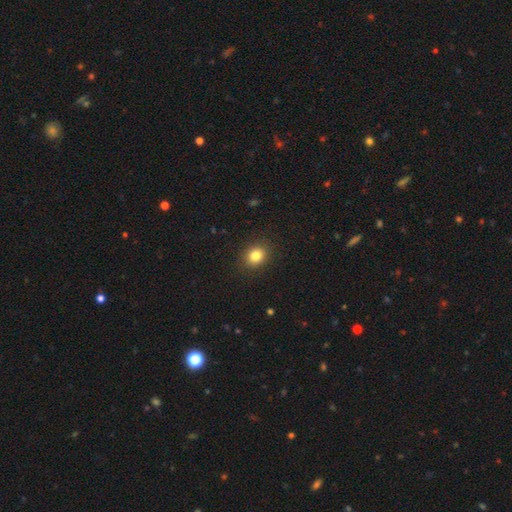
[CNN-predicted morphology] Smooth or featured? smooth (83%)
How rounded? round (60%)
Merging? none (89%)